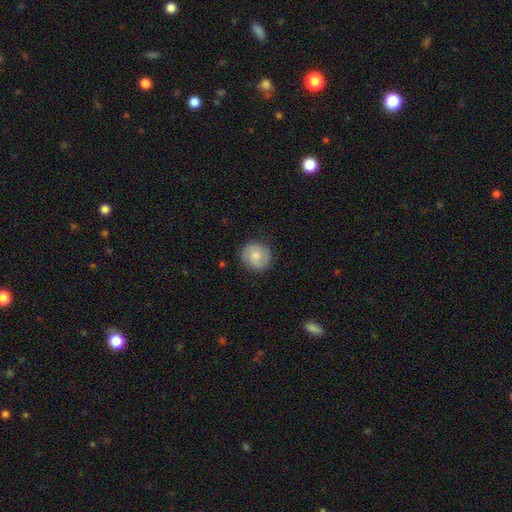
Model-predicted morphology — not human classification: smooth_or_featured: smooth (p=0.68) [alt: featured or disk p=0.24]
how_rounded: round (p=0.89) [alt: in between p=0.10]
merging: none (p=0.85) [alt: minor disturbance p=0.11]